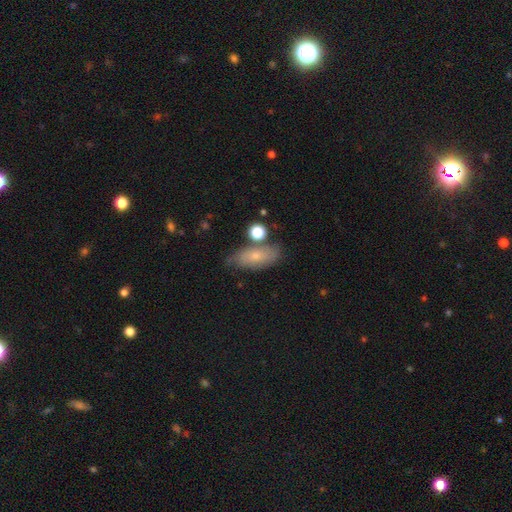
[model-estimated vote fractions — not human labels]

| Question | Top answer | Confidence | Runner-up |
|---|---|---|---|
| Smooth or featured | smooth | 61% | featured or disk (30%) |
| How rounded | in between | 79% | cigar-shaped (13%) |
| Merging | none | 62% | minor disturbance (21%) |